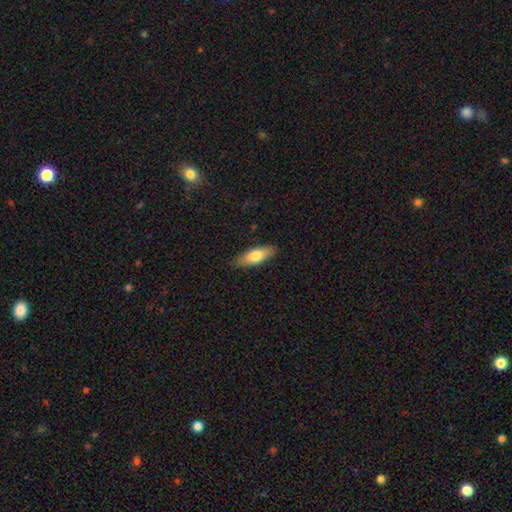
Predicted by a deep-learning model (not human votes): smooth_or_featured: smooth (p=0.74) [alt: featured or disk p=0.21]
how_rounded: in between (p=0.63) [alt: cigar-shaped p=0.34]
merging: none (p=0.87) [alt: minor disturbance p=0.10]